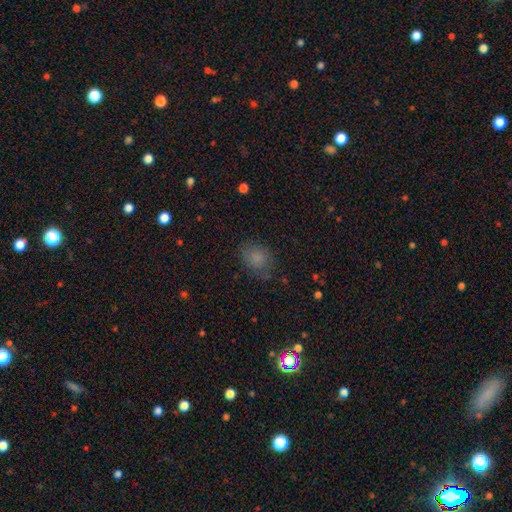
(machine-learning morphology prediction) The model was most divided on "how rounded": round: 54%, in between: 45%, cigar-shaped: 1%. More confident: merging — none (76%); smooth or featured — smooth (73%).